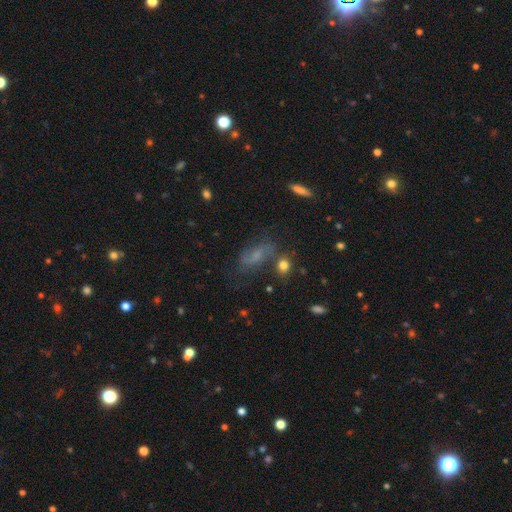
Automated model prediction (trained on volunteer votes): smooth_or_featured: smooth (p=0.42) [alt: featured or disk p=0.38]
merging: none (p=0.52) [alt: minor disturbance p=0.22]